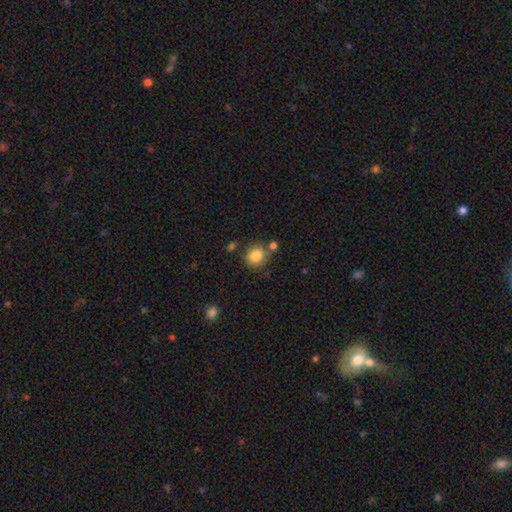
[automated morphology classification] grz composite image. It shows a smooth galaxy with no disk features (84%) that is round (74%). Merging: none (70%).